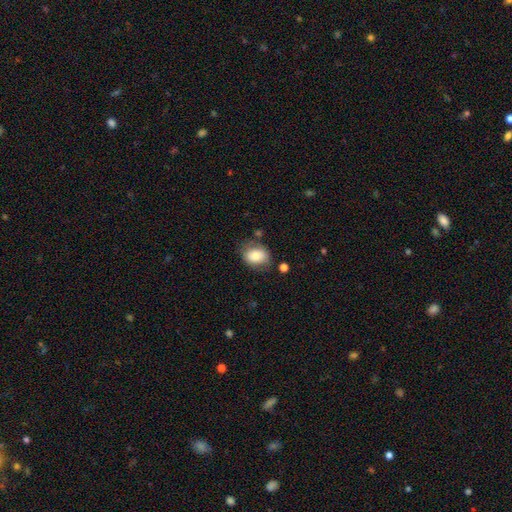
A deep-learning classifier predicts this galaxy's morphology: Smooth or featured? Predicted: smooth (p=0.79). How rounded? Predicted: in between (p=0.64). Merging? Predicted: none (p=0.70).